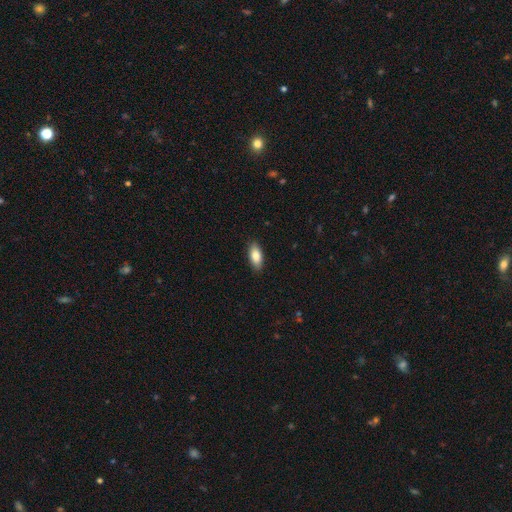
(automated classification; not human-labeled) The model was most divided on "smooth or featured": smooth: 84%, featured or disk: 10%, star or artifact: 6%. More confident: merging — none (88%); how rounded — in between (86%).